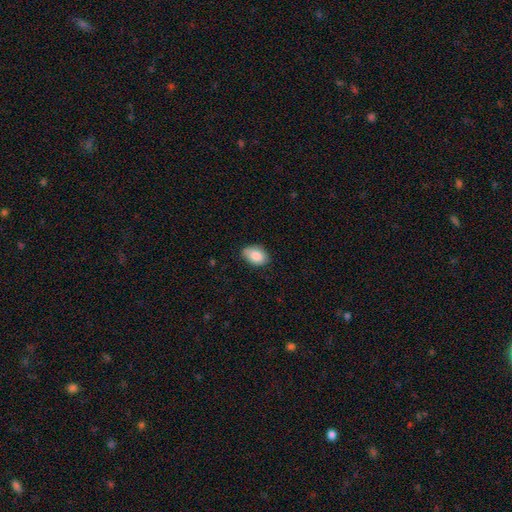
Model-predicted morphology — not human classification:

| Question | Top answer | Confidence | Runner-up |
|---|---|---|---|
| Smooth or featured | smooth | 87% | star or artifact (7%) |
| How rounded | in between | 86% | round (13%) |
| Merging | none | 76% | minor disturbance (20%) |